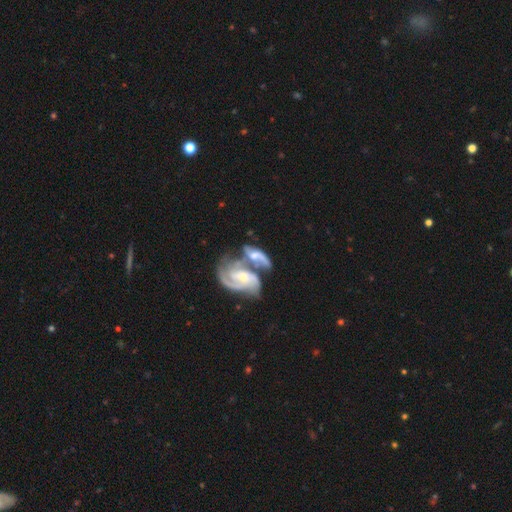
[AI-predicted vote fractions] Overall: featured or disk (80%). Edge-on disk: no (95%). Bar: no (53%; weak 35%). Spiral arms: yes (90%). Spiral arm count: 2 (52%; can't tell 19%). Spiral winding: medium (44%; loose 29%). Bulge size: small (52%; moderate 38%). Merging: merger (71%).